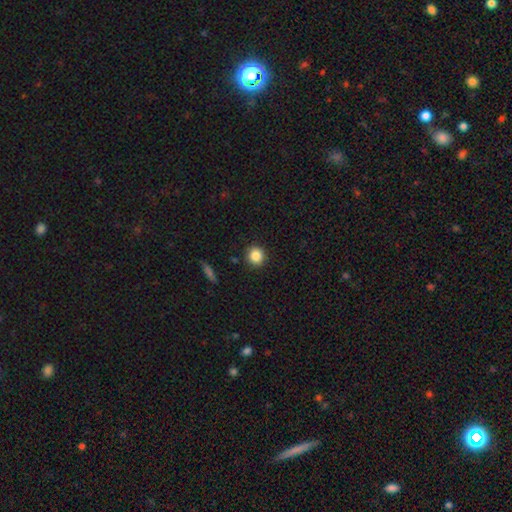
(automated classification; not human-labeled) A smooth galaxy with no disk features (86%) that is round (89%). Merging: none (90%).